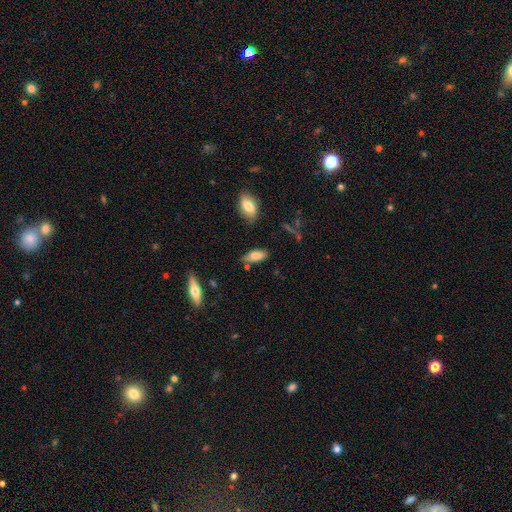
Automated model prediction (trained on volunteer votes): This appears to be a smooth galaxy with no disk features (78%) that is in between round and cigar-shaped (77%). Merging: none (63%).